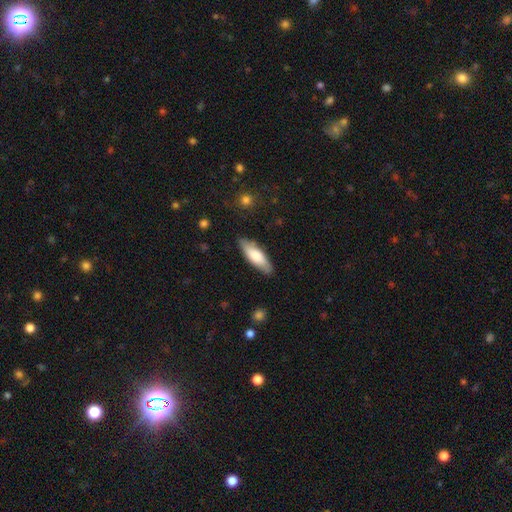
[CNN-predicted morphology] Smooth or featured? Predicted: smooth (p=0.73). How rounded? Predicted: in between (p=0.55). Merging? Predicted: none (p=0.85).